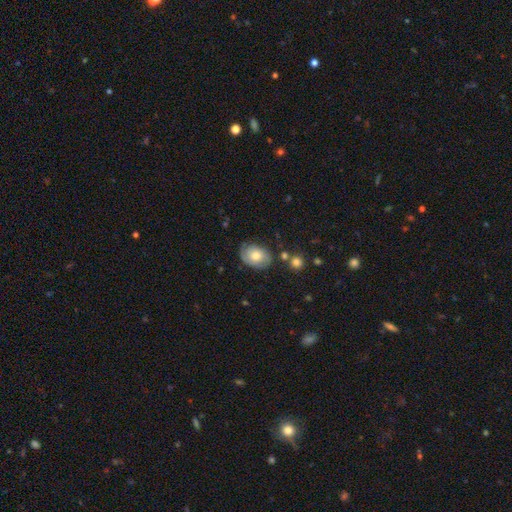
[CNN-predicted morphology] smooth 57%, featured or disk 36%, star or artifact 7%. Down the decision tree: how rounded — in between (75%); merging — none (71%).